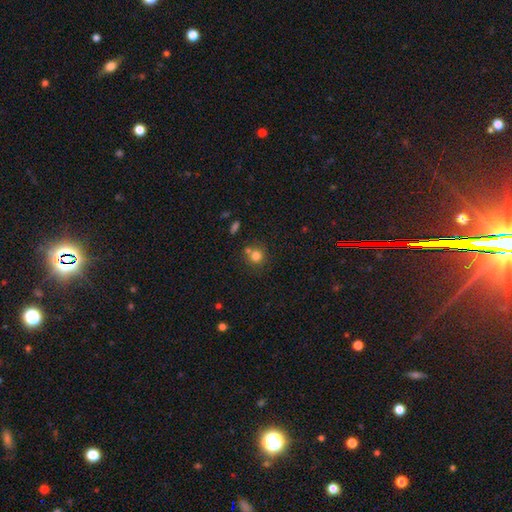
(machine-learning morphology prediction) Smooth or featured: smooth — 78% (star or artifact — 13%)
How rounded: round — 87% (in between — 12%)
Merging: none — 61% (merger — 24%)